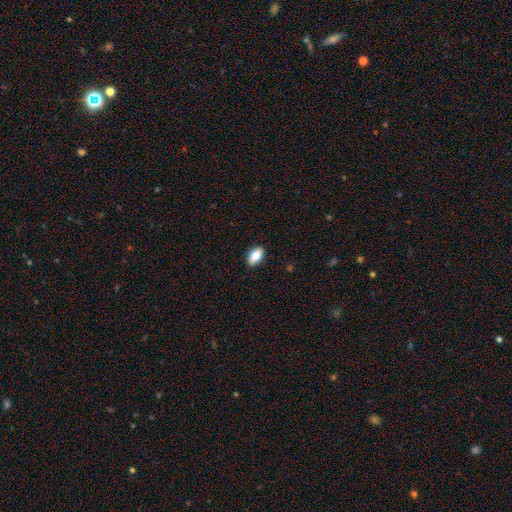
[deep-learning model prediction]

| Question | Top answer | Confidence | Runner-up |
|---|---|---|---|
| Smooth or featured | smooth | 78% | featured or disk (14%) |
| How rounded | in between | 90% | round (6%) |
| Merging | none | 89% | minor disturbance (8%) |